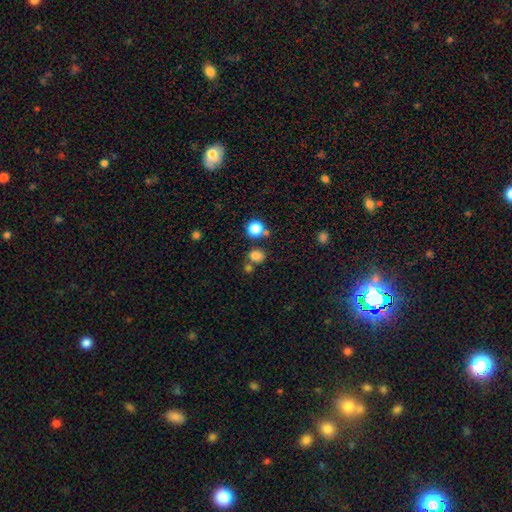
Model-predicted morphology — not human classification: The model was most divided on "merging": none: 65%, merger: 22%, minor disturbance: 9%, major disturbance: 4%. More confident: smooth or featured — smooth (77%); how rounded — round (76%).